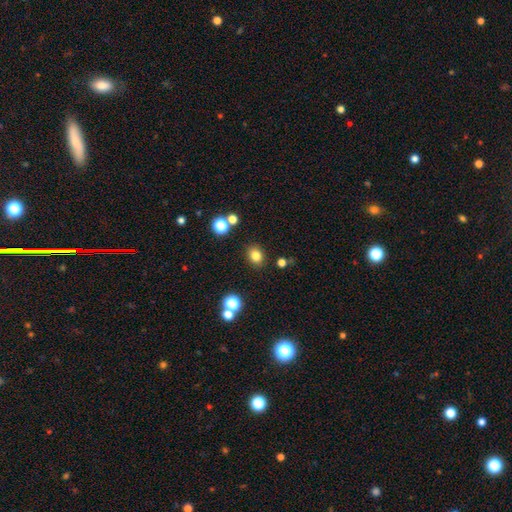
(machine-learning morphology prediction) A smooth galaxy with no disk features (80%) that is round (55%).

Vote fractions:
- Smooth or featured? smooth: 80% / star or artifact: 14% / featured or disk: 6%
- How rounded? round: 55% / in between: 44% / cigar-shaped: 1%
- Merging? none: 85% / minor disturbance: 9% / merger: 3% / major disturbance: 3%